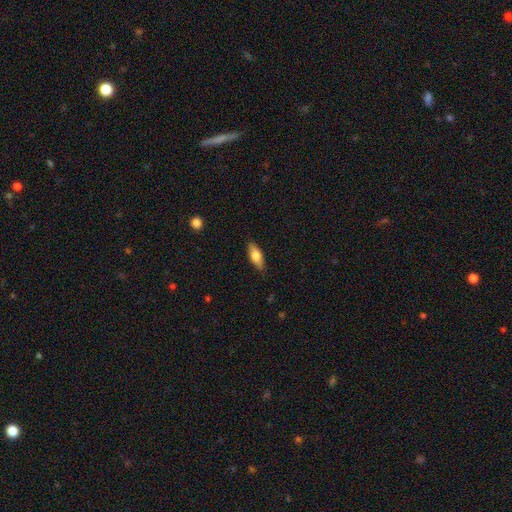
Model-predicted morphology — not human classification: Smooth or featured?
  - smooth: 74% *
  - featured or disk: 19%
  - star or artifact: 6%
How rounded?
  - in between: 73% *
  - cigar-shaped: 25%
  - round: 3%
Merging?
  - none: 86% *
  - minor disturbance: 11%
  - major disturbance: 2%
  - merger: 1%